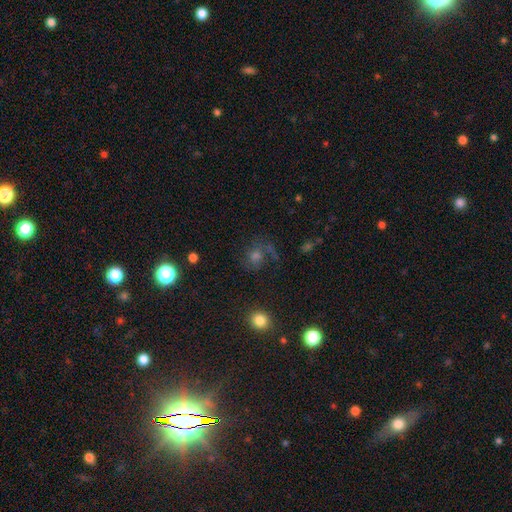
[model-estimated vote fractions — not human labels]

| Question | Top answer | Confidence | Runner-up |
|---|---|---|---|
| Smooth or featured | smooth | 37% | featured or disk (34%) |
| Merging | none | 58% | major disturbance (20%) |